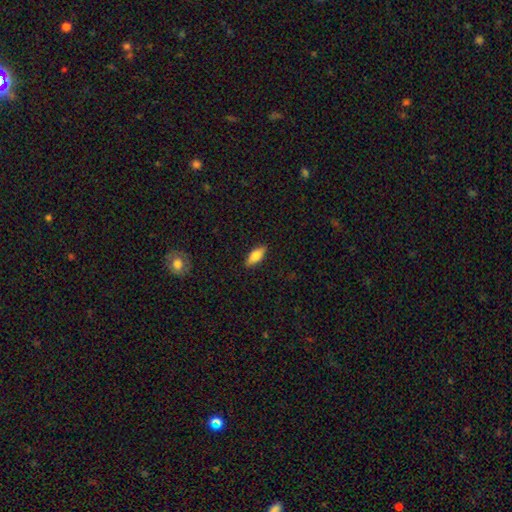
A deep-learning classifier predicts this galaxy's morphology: smooth_or_featured: smooth (p=0.74) [alt: featured or disk p=0.20]
how_rounded: in between (p=0.77) [alt: cigar-shaped p=0.20]
merging: none (p=0.88) [alt: minor disturbance p=0.09]